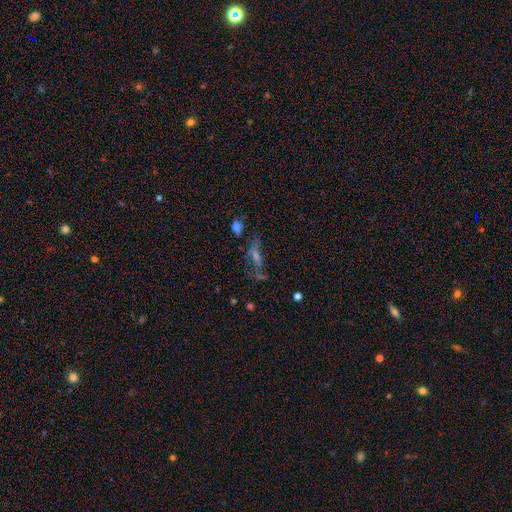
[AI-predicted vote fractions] featured or disk 48%, star or artifact 27%, smooth 25%. Down the decision tree: merging — none (45%).